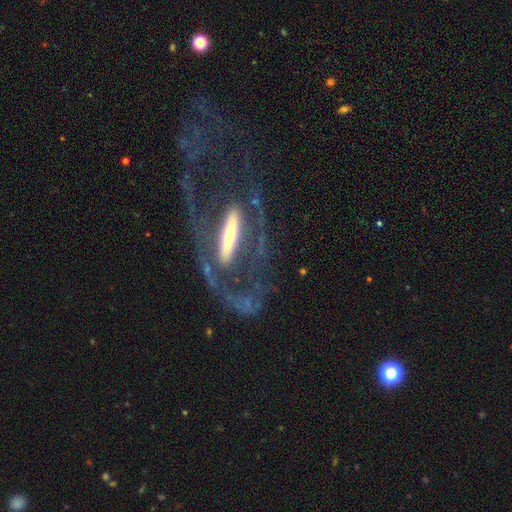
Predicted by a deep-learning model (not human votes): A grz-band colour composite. It shows a featured or disk galaxy (77%) with a strong bar (59%), spiral arms (62%) and a moderate central bulge (34%). Merging: none (44%).